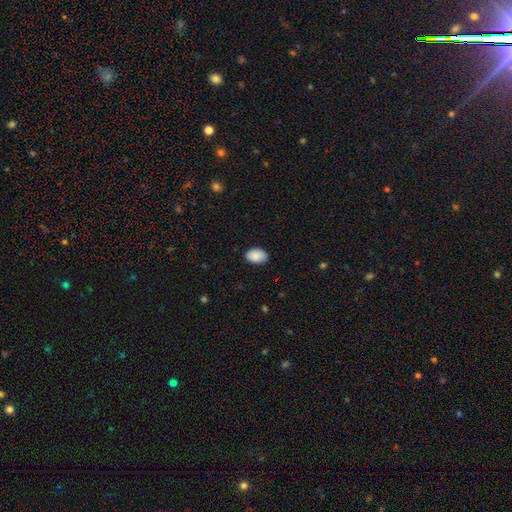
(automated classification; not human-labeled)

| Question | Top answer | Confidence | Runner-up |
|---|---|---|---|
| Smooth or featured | smooth | 90% | star or artifact (7%) |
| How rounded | in between | 87% | round (12%) |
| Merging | none | 87% | minor disturbance (10%) |